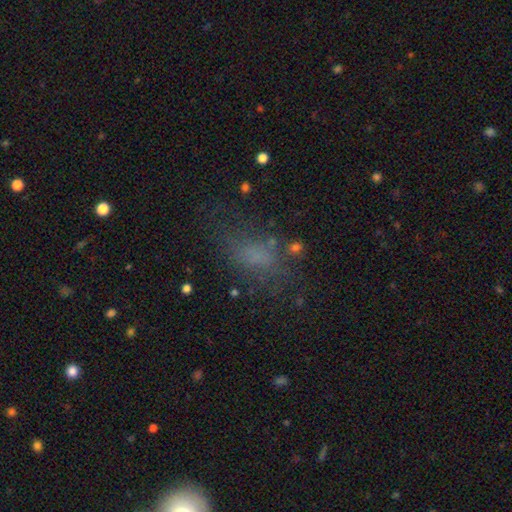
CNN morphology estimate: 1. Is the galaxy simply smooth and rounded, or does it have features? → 62% smooth, 20% star or artifact, 17% featured or disk.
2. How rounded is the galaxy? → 80% in between, 14% round, 6% cigar-shaped.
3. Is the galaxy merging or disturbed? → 51% none, 23% major disturbance, 21% minor disturbance, 4% merger.